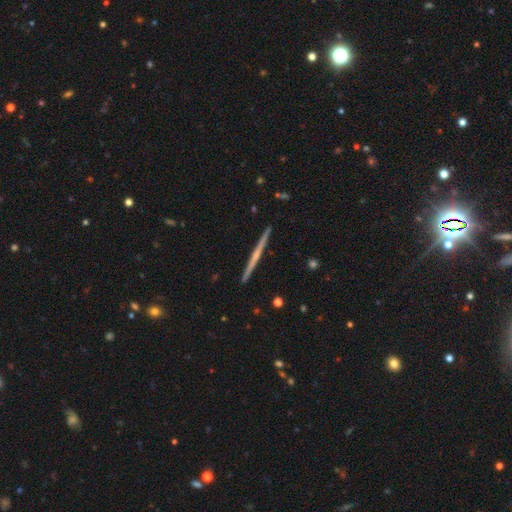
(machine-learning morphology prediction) This is likely a featured or disk galaxy (73%). It is clearly viewed edge-on (99%). Edge-on bulge: possibly none (47%). Merging: clearly none (93%).